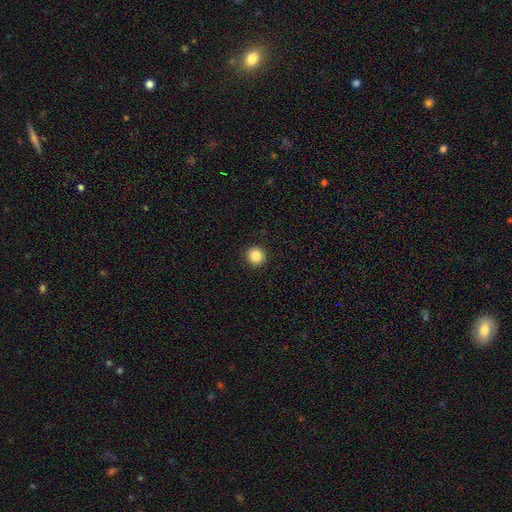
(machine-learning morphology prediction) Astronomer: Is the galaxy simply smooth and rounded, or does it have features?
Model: smooth — 86%.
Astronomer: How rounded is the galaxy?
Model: round — 93%.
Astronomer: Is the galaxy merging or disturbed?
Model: none — 93%.